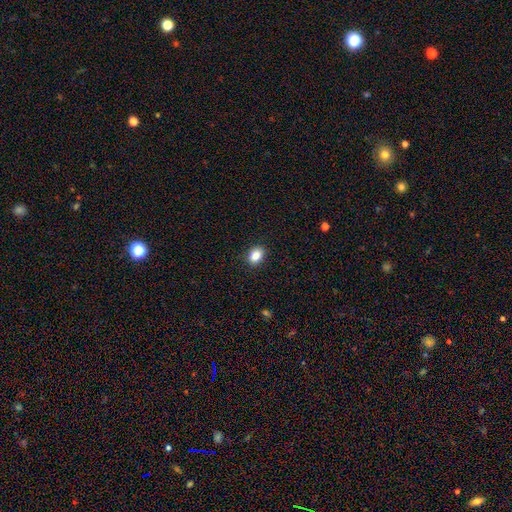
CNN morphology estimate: This is clearly a smooth galaxy (86%). How rounded: likely in between (67%). Merging: clearly none (90%).